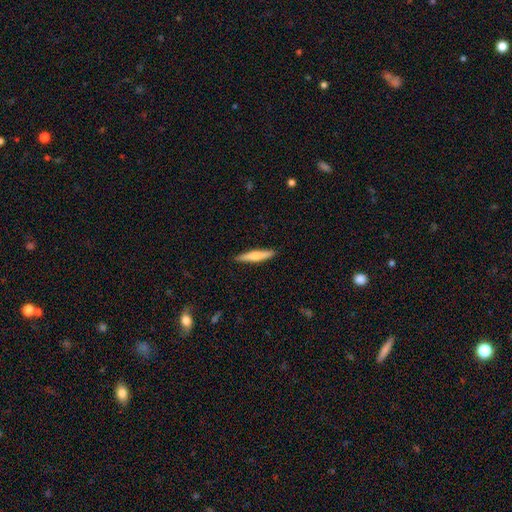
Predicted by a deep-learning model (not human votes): This is likely a smooth galaxy (64%). How rounded: clearly cigar-shaped (89%). Merging: clearly none (90%).